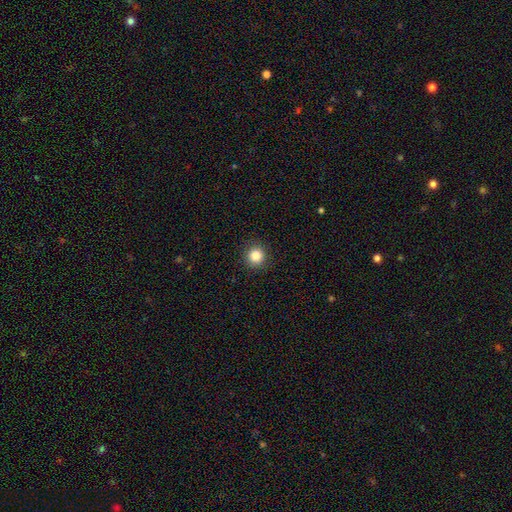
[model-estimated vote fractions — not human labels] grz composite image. It shows a smooth galaxy with no disk features (84%) that is round (94%). Merging: none (92%).